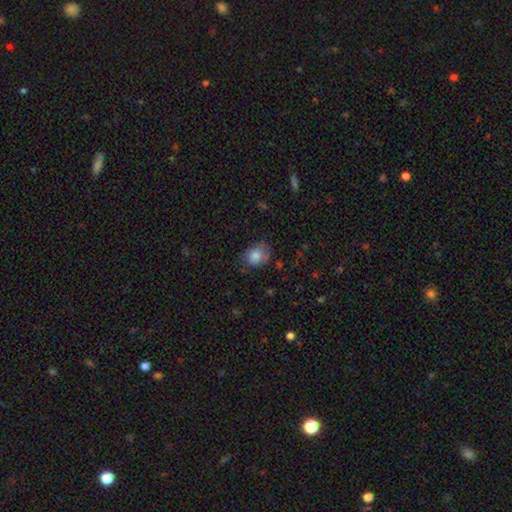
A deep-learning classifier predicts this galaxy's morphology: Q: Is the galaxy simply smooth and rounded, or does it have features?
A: smooth — 83%.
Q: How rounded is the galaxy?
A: in between — 55%.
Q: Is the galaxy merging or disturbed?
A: none — 67%.